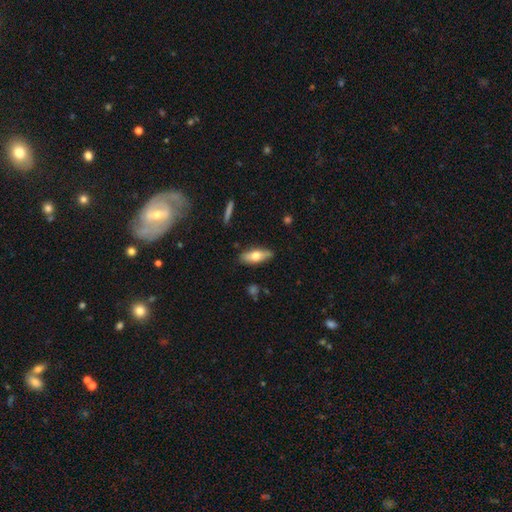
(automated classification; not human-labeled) Overall: smooth (63%; featured or disk 31%). How rounded: in between (64%; cigar-shaped 33%). Merging: none (83%).